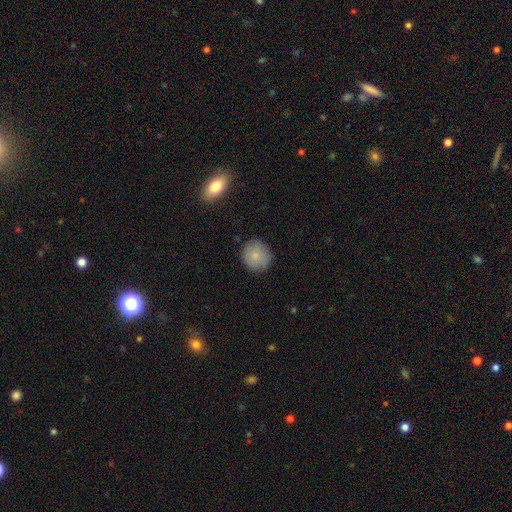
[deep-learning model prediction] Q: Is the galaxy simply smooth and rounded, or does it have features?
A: smooth — 81%.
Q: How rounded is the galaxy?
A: round — 91%.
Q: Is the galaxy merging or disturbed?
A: none — 85%.